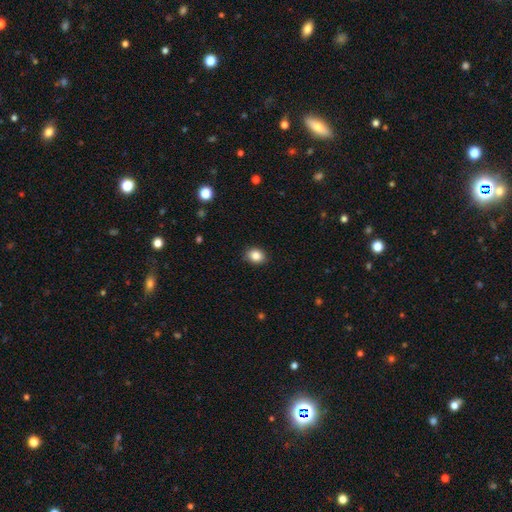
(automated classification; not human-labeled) Smooth or featured? smooth (86%)
How rounded? round (50%)
Merging? none (86%)